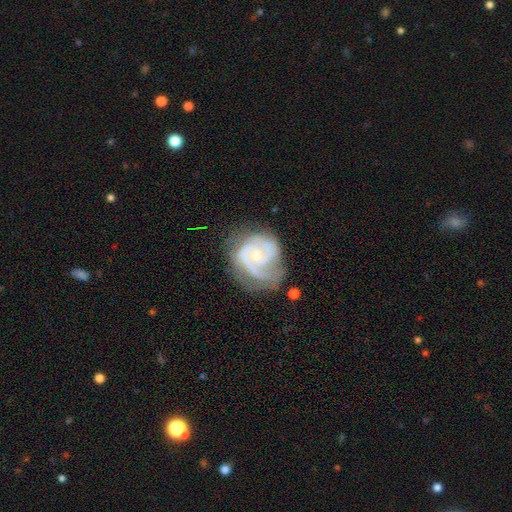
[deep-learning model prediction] Smooth or featured? featured or disk (87%)
Edge-on disk? no (98%)
Bar? no (66%)
Spiral arms? yes (97%)
Spiral winding? tight (54%)
Spiral arm count? 2 (50%)
Bulge size? small (67%)
Merging? none (56%)